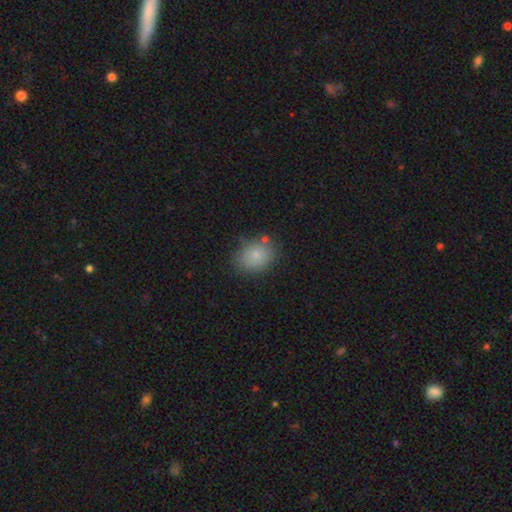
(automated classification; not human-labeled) Overall: smooth (79%). How rounded: round (51%; in between 48%). Merging: none (79%).